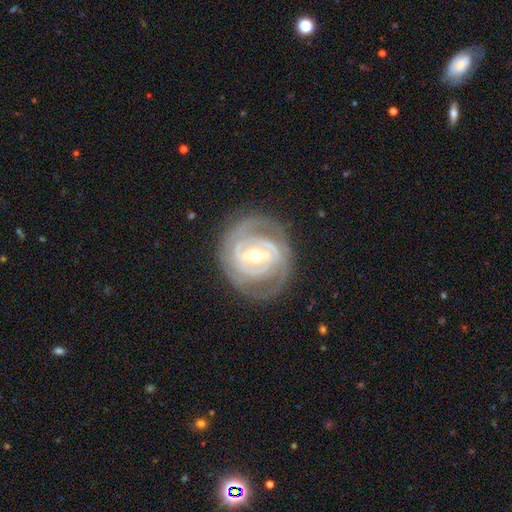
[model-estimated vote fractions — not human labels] A featured or disk galaxy (87%) with a weak bar (42%), 2 (33%) tight (71%) spiral arms (91%) and a moderate central bulge (60%). Merging: none (77%).